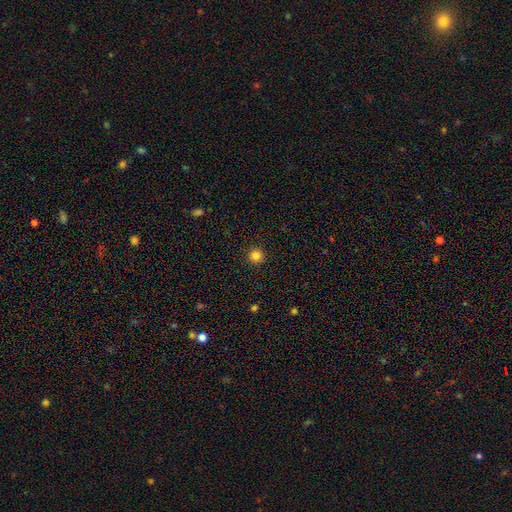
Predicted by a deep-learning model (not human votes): Q: Smooth or featured?
A: smooth (84%); runner-up: star or artifact (12%)
Q: How rounded?
A: round (96%); runner-up: in between (3%)
Q: Merging?
A: none (93%); runner-up: minor disturbance (5%)